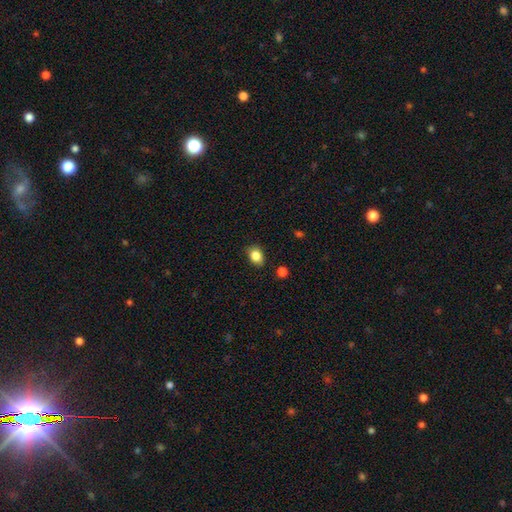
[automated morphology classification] Q: Smooth or featured?
A: smooth (86%); runner-up: star or artifact (9%)
Q: How rounded?
A: in between (66%); runner-up: round (33%)
Q: Merging?
A: none (83%); runner-up: minor disturbance (12%)